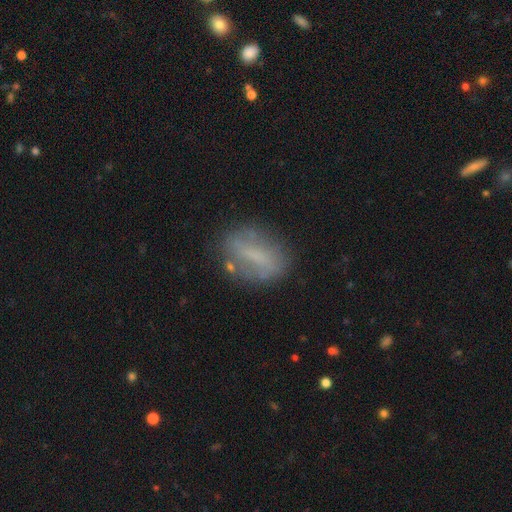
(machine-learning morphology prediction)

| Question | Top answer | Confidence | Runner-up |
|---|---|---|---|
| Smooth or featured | smooth | 50% | featured or disk (39%) |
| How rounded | in between | 75% | round (13%) |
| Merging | none | 71% | minor disturbance (19%) |